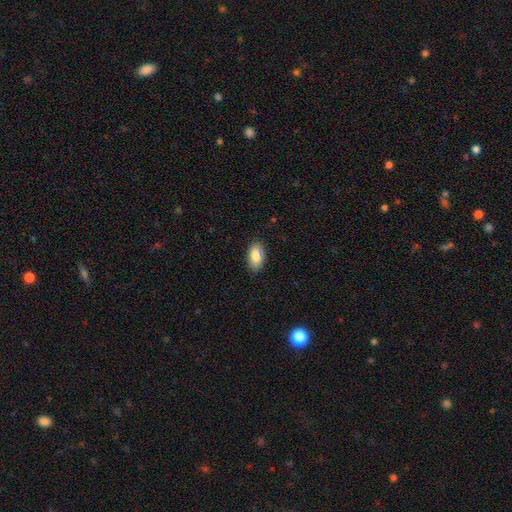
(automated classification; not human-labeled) smooth-or-featured: smooth: 86% | featured or disk: 8% | star or artifact: 7%
  how-rounded: in between: 92% | cigar-shaped: 4% | round: 4%
  merging: none: 85% | minor disturbance: 11% | major disturbance: 2% | merger: 1%